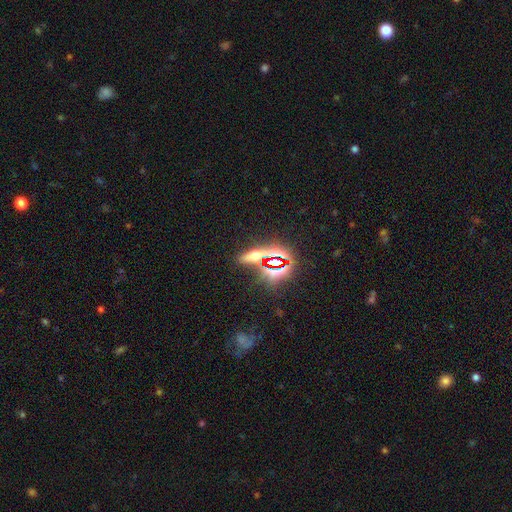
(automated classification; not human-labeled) Smooth or featured?
  - star or artifact: 43% *
  - smooth: 37%
  - featured or disk: 20%